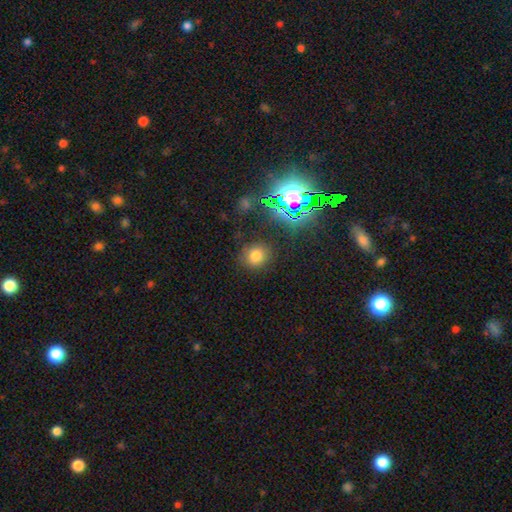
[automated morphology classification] Smooth or featured?
  - smooth: 70% *
  - star or artifact: 22%
  - featured or disk: 8%
How rounded?
  - round: 83% *
  - in between: 16%
  - cigar-shaped: 1%
Merging?
  - none: 83% *
  - minor disturbance: 10%
  - major disturbance: 4%
  - merger: 2%